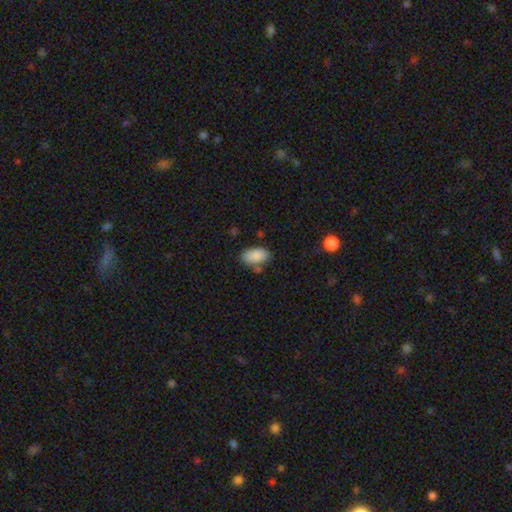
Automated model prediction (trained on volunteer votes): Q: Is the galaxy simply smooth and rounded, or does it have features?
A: smooth — 87%.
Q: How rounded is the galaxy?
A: in between — 93%.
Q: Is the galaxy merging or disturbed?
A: none — 66%.